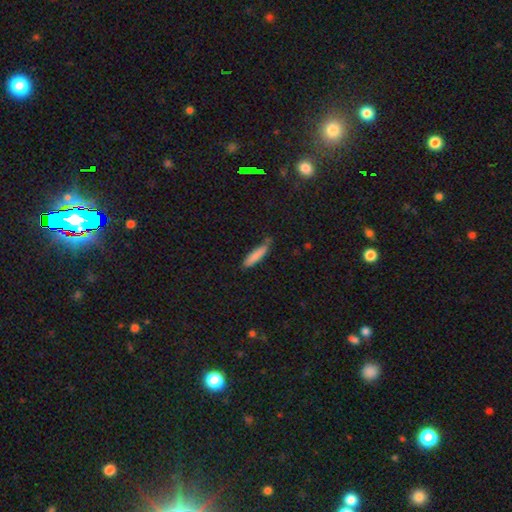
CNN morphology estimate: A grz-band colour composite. It shows a smooth galaxy with no disk features (84%) that is cigar-shaped (79%). Merging: none (66%).